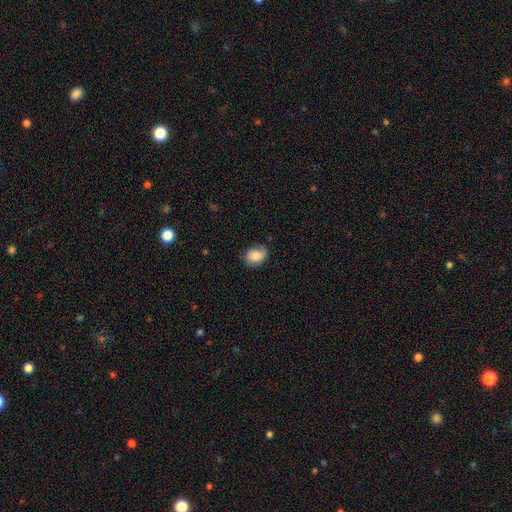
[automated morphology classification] A smooth galaxy with no disk features (76%) that is in between round and cigar-shaped (60%). Merging: none (71%).